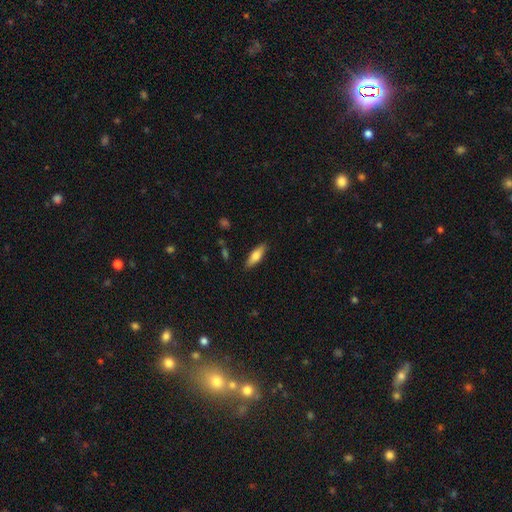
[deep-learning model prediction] Smooth or featured? Predicted: smooth (p=0.67). How rounded? Predicted: in between (p=0.51). Merging? Predicted: none (p=0.87).